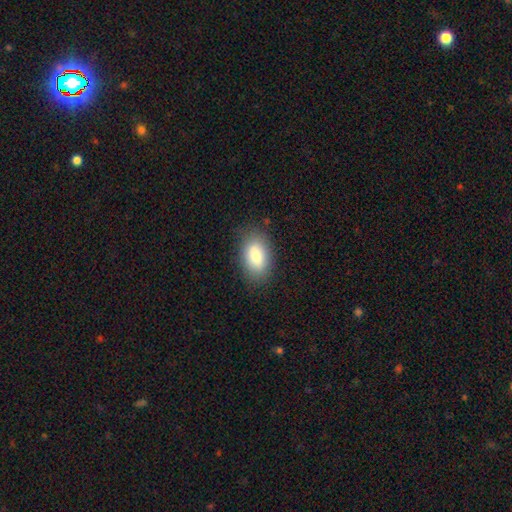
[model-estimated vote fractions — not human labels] This appears to be a smooth galaxy with no disk features (84%) that is in between round and cigar-shaped (91%). Merging: none (83%).